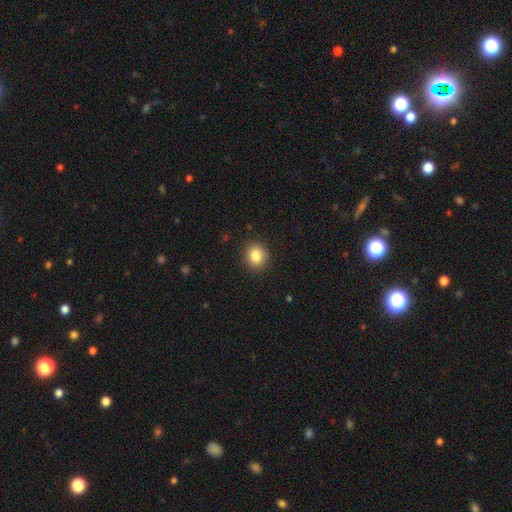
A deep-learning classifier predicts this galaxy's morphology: This appears to be a smooth galaxy with no disk features (84%) that is round (76%). Merging: none (89%).